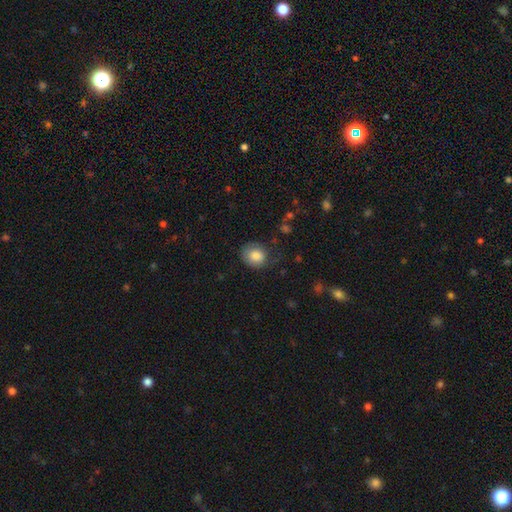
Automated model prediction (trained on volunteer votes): Overall: smooth (83%). How rounded: round (72%). Merging: none (67%).